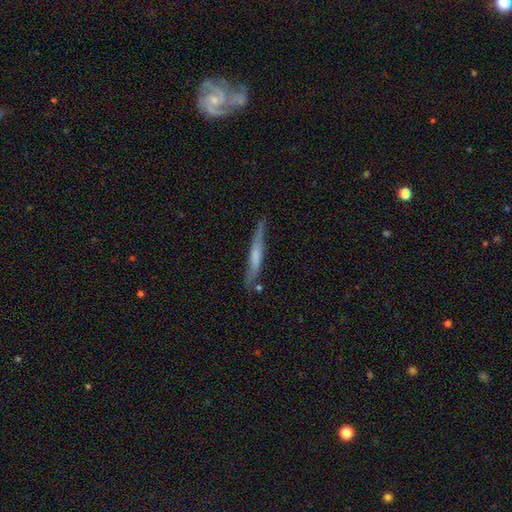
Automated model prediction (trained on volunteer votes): A featured or disk galaxy (51%) viewed edge-on (89%). Merging: none (75%).